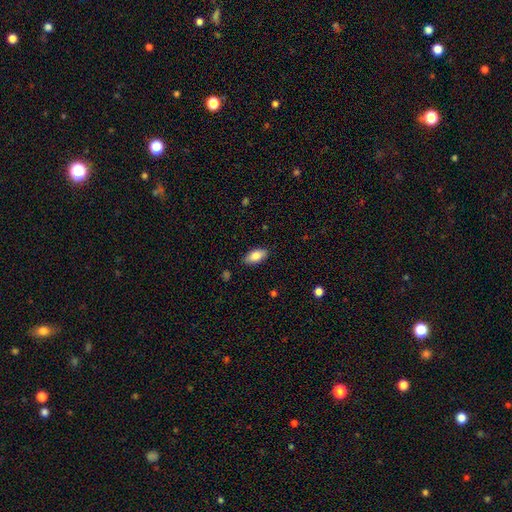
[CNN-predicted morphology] smooth_or_featured: smooth (p=0.83) [alt: featured or disk p=0.10]
how_rounded: in between (p=0.89) [alt: cigar-shaped p=0.08]
merging: none (p=0.86) [alt: minor disturbance p=0.10]